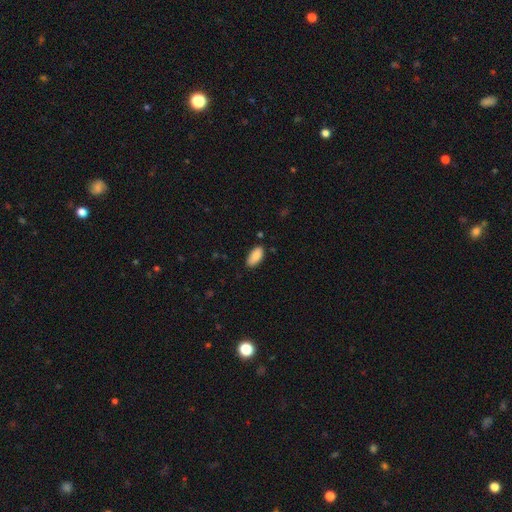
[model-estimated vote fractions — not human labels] This appears to be a smooth galaxy with no disk features (89%) that is in between round and cigar-shaped (92%). Merging: none (82%).